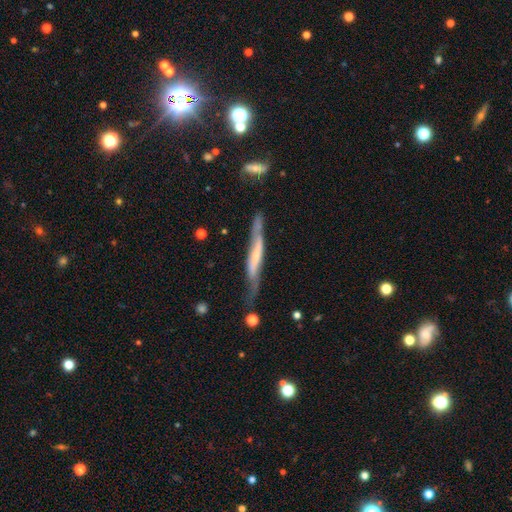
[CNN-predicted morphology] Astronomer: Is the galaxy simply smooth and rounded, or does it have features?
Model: featured or disk — 66%.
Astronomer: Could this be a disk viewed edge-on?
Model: yes — 74%.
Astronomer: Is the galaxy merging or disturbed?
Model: none — 53% (runner-up: minor disturbance, 29%).